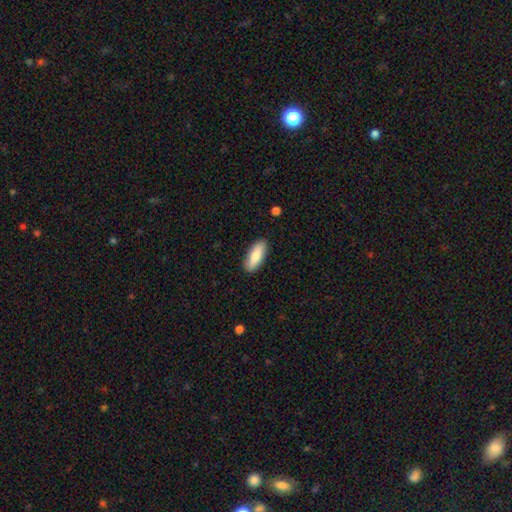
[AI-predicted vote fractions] Smooth or featured: smooth — 82% (featured or disk — 12%)
How rounded: in between — 73% (cigar-shaped — 25%)
Merging: none — 88% (minor disturbance — 9%)